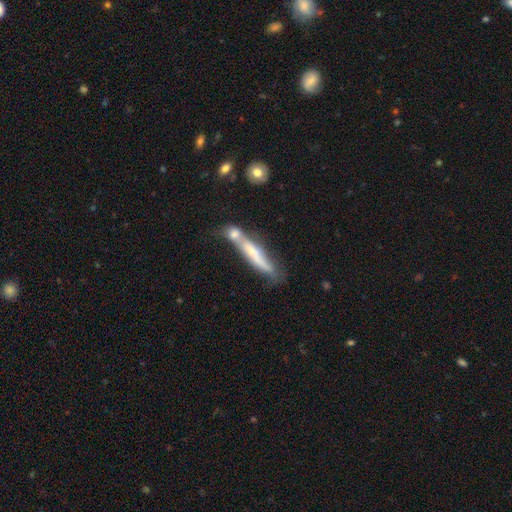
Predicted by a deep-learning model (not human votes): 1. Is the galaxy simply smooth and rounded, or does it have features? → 50% featured or disk, 42% smooth, 8% star or artifact.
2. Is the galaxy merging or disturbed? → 45% none, 28% merger, 19% minor disturbance, 9% major disturbance.